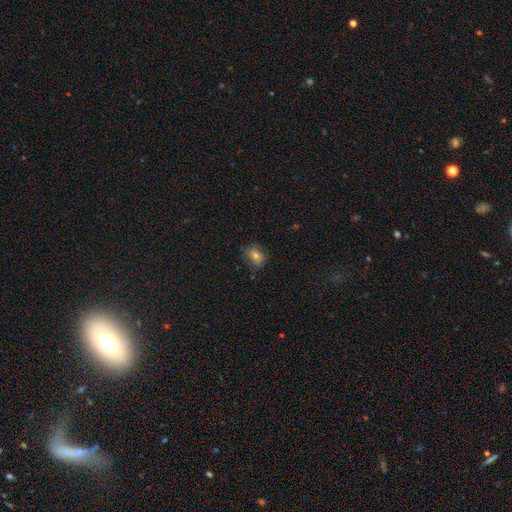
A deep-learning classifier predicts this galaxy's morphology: smooth_or_featured: smooth (p=0.70) [alt: featured or disk p=0.17]
how_rounded: in between (p=0.51) [alt: round p=0.48]
merging: none (p=0.70) [alt: minor disturbance p=0.22]